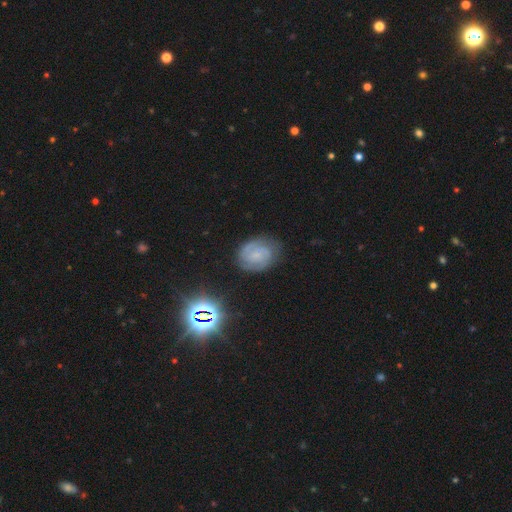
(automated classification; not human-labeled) featured or disk 73%, smooth 16%, star or artifact 11%. Down the decision tree: edge-on disk — no (98%); bar — no (53%); spiral arms — yes (95%); spiral arm count — 2 (70%); spiral winding — tight (57%); bulge size — small (48%); merging — none (76%).